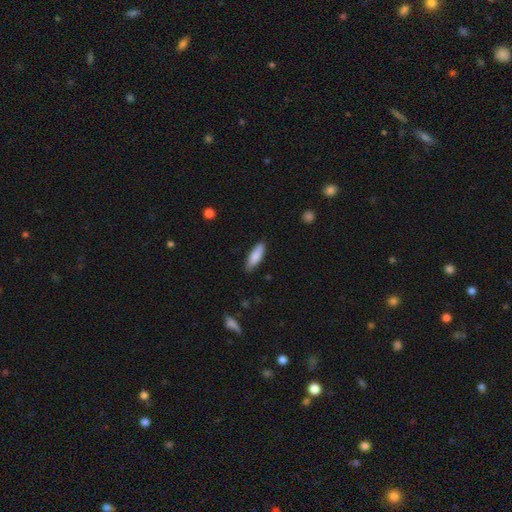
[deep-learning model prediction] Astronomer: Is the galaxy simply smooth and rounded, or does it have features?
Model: smooth — 84%.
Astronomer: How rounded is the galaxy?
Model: in between — 53% (runner-up: cigar-shaped, 45%).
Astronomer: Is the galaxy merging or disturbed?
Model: none — 82%.